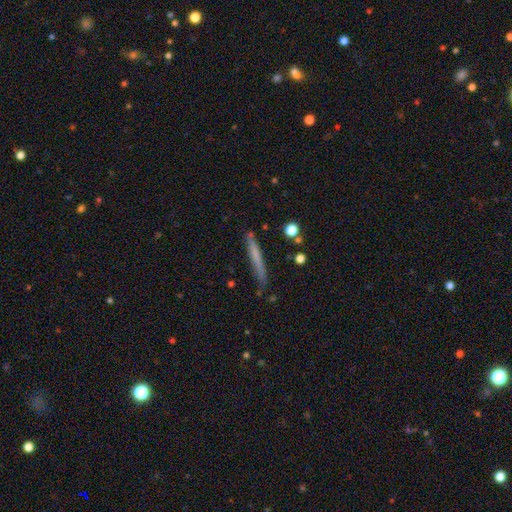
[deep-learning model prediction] A smooth galaxy with no disk features (58%) that is cigar-shaped (95%). Merging: none (78%).